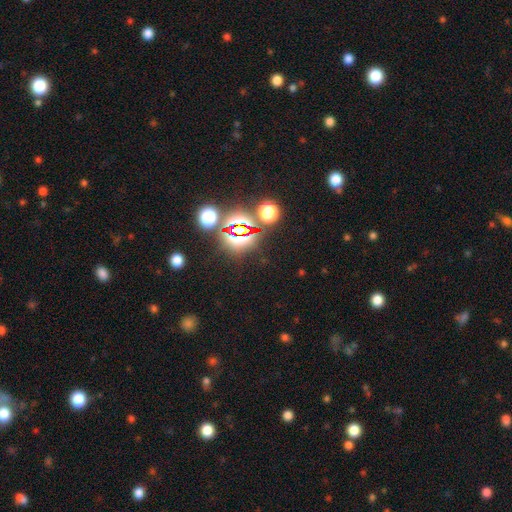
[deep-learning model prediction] This is likely a star or artifact rather than a galaxy (78%).